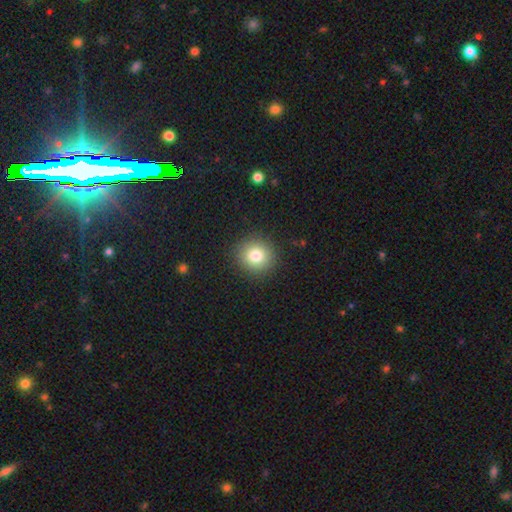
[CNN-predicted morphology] This is clearly a smooth galaxy (81%). How rounded: clearly round (91%). Merging: clearly none (91%).